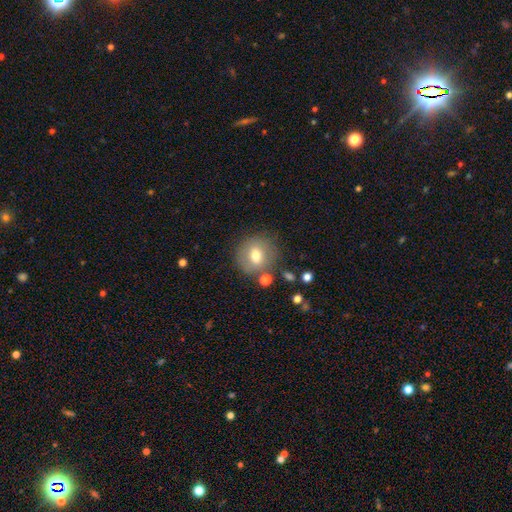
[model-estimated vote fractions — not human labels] smooth-or-featured: smooth: 68% | featured or disk: 22% | star or artifact: 10%
  how-rounded: round: 85% | in between: 14% | cigar-shaped: 1%
  merging: none: 76% | minor disturbance: 13% | merger: 6% | major disturbance: 5%